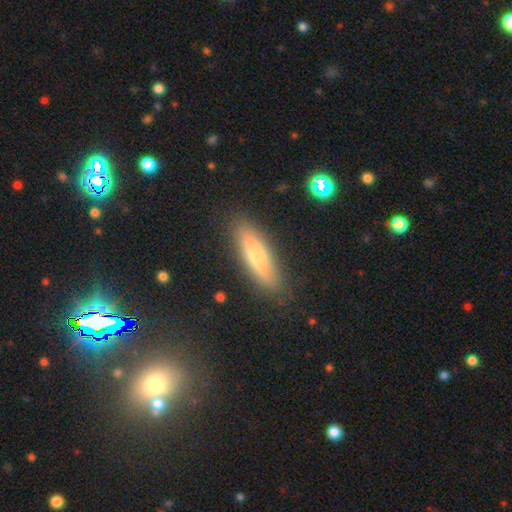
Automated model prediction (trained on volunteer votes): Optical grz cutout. It shows a featured or disk galaxy (49%). Merging: none (85%).